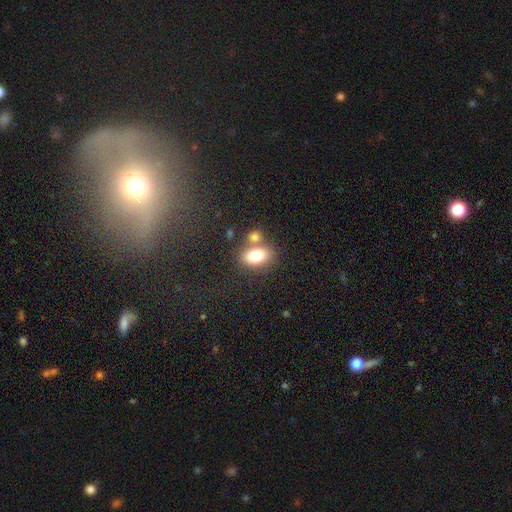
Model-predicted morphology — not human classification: Q: Smooth or featured?
A: smooth (79%); runner-up: featured or disk (12%)
Q: How rounded?
A: in between (82%); runner-up: round (16%)
Q: Merging?
A: none (56%); runner-up: merger (29%)